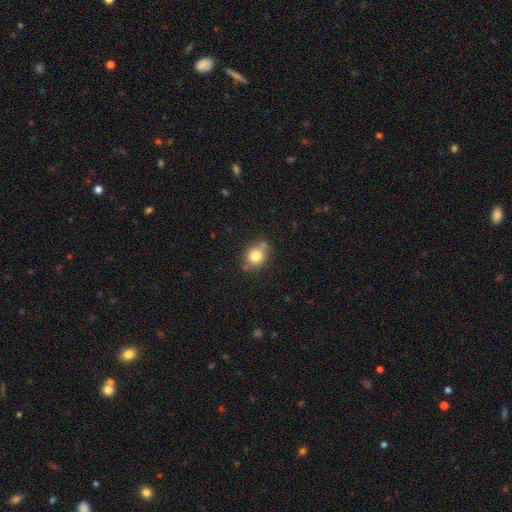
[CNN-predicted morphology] smooth-or-featured: smooth: 79% | star or artifact: 11% | featured or disk: 10%
  how-rounded: round: 76% | in between: 23% | cigar-shaped: 1%
  merging: none: 71% | minor disturbance: 14% | merger: 12% | major disturbance: 4%